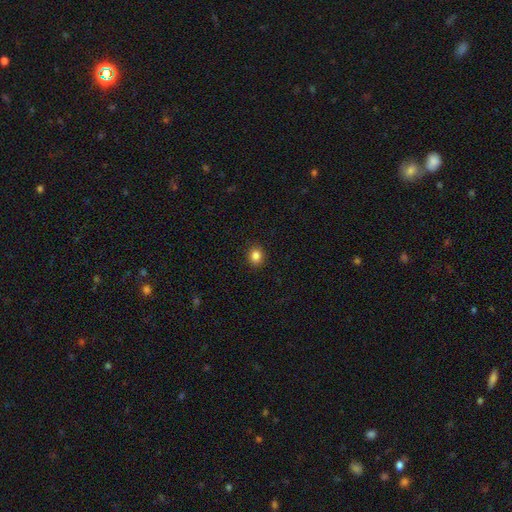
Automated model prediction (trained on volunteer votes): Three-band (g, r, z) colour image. It shows a smooth galaxy with no disk features (85%) that is round (70%). Merging: none (91%).